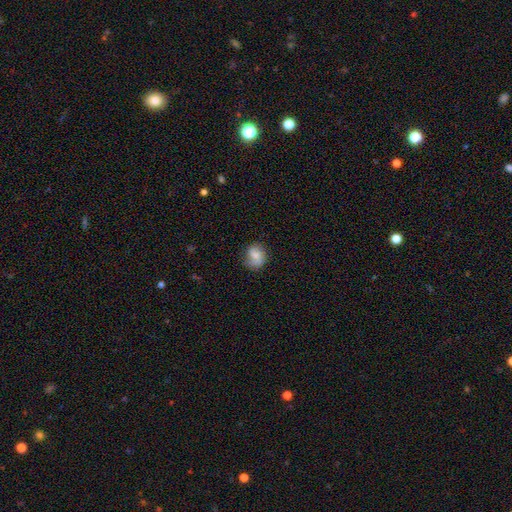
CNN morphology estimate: A smooth galaxy with no disk features (58%) that is round (62%). Merging: none (59%).